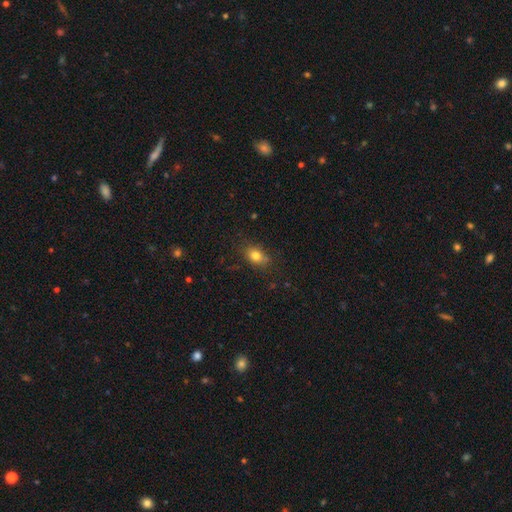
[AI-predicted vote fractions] The model was most divided on "how rounded": in between: 66%, round: 31%, cigar-shaped: 3%. More confident: smooth or featured — smooth (78%); merging — none (73%).